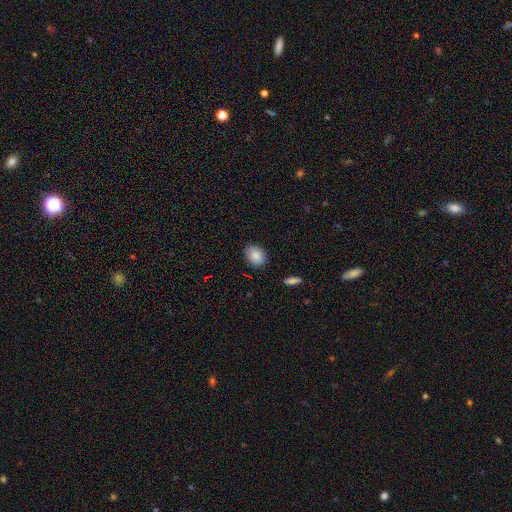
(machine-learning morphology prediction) type=smooth (87%); roundness=in between (65%); merging=none (85%).